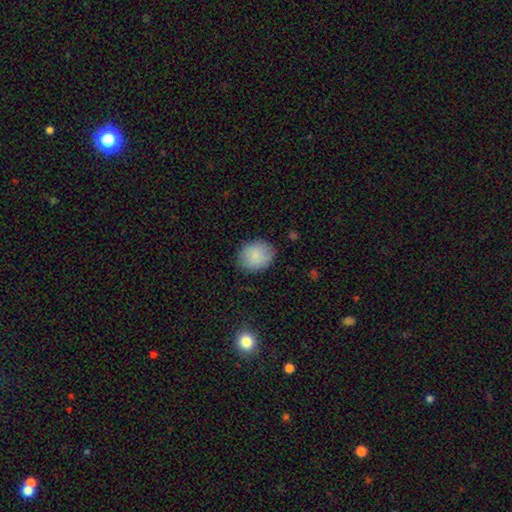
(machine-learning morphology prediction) smooth-or-featured: smooth: 87% | star or artifact: 7% | featured or disk: 6%
  how-rounded: round: 69% | in between: 30% | cigar-shaped: 1%
  merging: none: 84% | minor disturbance: 11% | major disturbance: 3% | merger: 1%